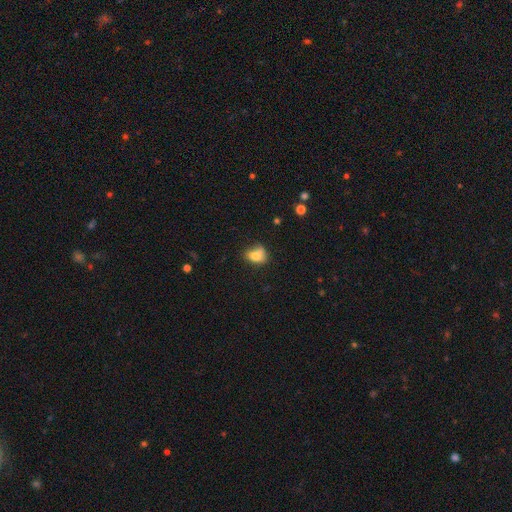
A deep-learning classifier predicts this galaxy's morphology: Smooth or featured? Predicted: smooth (p=0.74). How rounded? Predicted: in between (p=0.63). Merging? Predicted: none (p=0.41).